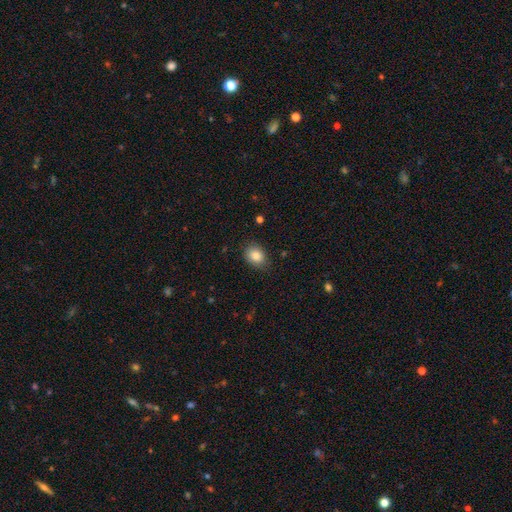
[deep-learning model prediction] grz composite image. It shows a smooth galaxy with no disk features (85%) that is in between round and cigar-shaped (60%). Merging: none (79%).